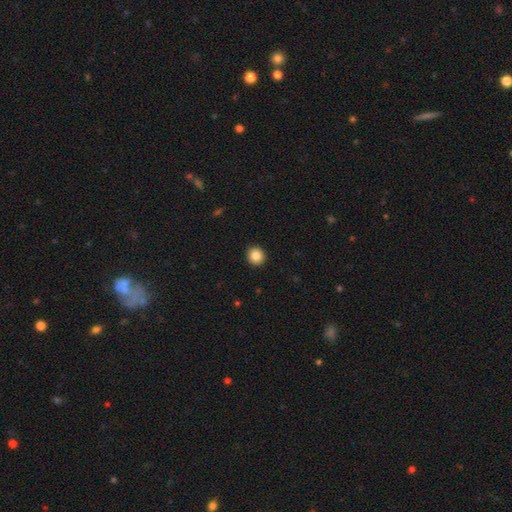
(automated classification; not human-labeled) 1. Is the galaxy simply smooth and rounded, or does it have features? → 86% smooth, 9% star or artifact, 5% featured or disk.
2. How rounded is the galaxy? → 93% round, 6% in between, 1% cigar-shaped.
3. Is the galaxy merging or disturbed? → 93% none, 4% minor disturbance, 1% major disturbance, 1% merger.